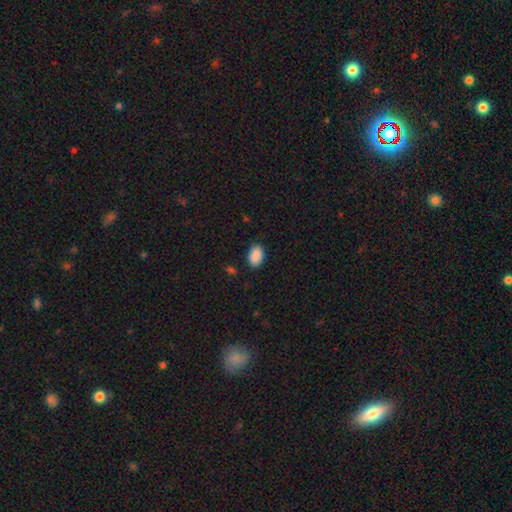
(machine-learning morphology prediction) A smooth galaxy with no disk features (90%) that is in between round and cigar-shaped (90%). Merging: none (85%).